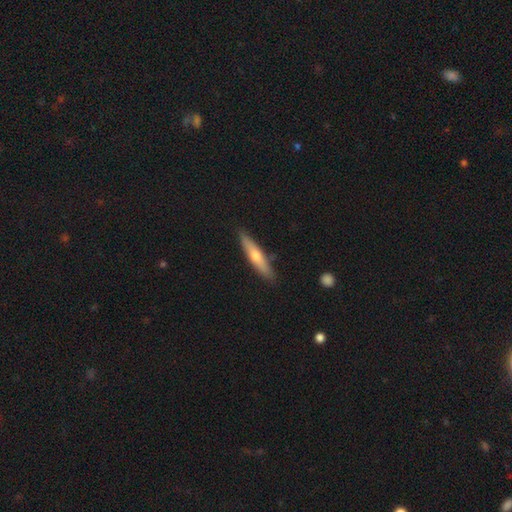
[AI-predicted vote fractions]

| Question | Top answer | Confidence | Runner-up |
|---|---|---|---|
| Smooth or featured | smooth | 47% | tied: featured or disk (47%) |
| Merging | none | 88% | minor disturbance (9%) |